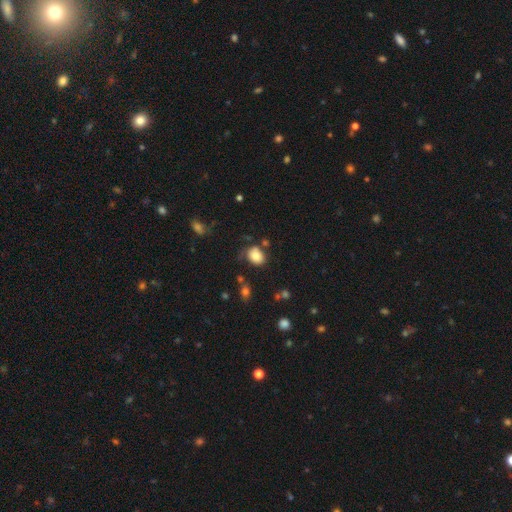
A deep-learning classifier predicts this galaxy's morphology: The model was most divided on "how rounded": in between: 55%, round: 44%, cigar-shaped: 1%. More confident: smooth or featured — smooth (82%); merging — none (64%).